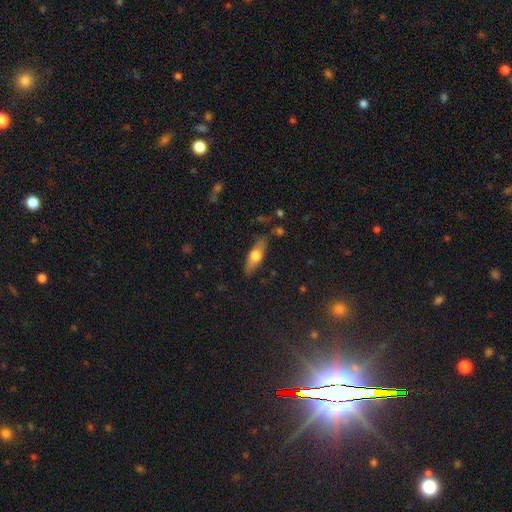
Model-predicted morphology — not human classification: smooth 58%, featured or disk 36%, star or artifact 7%. Down the decision tree: how rounded — in between (55%); merging — none (78%).